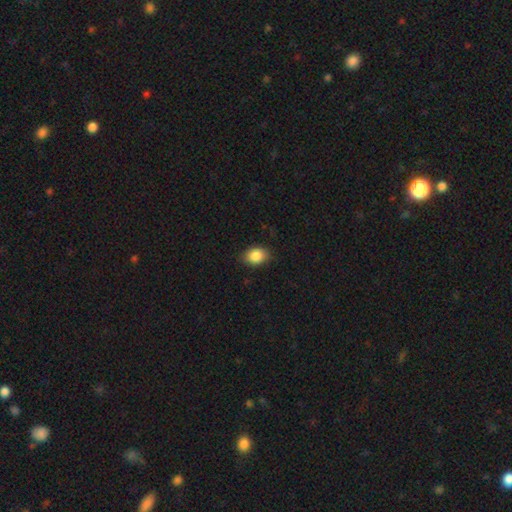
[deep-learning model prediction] Smooth or featured: smooth — 86% (star or artifact — 8%)
How rounded: in between — 64% (round — 34%)
Merging: none — 82% (minor disturbance — 14%)